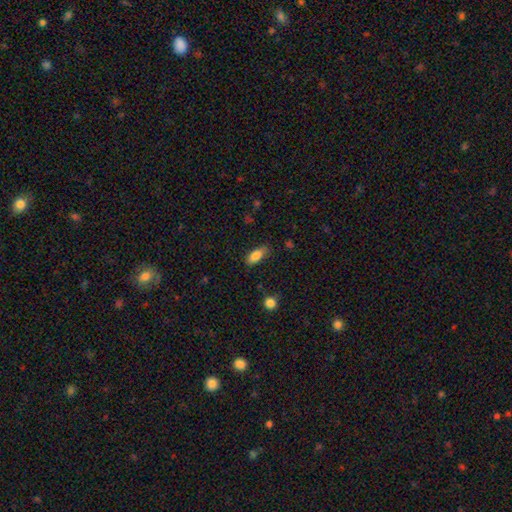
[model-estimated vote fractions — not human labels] smooth-or-featured: smooth: 84% | featured or disk: 8% | star or artifact: 8%
  how-rounded: in between: 79% | cigar-shaped: 18% | round: 3%
  merging: none: 79% | minor disturbance: 16% | major disturbance: 4% | merger: 2%